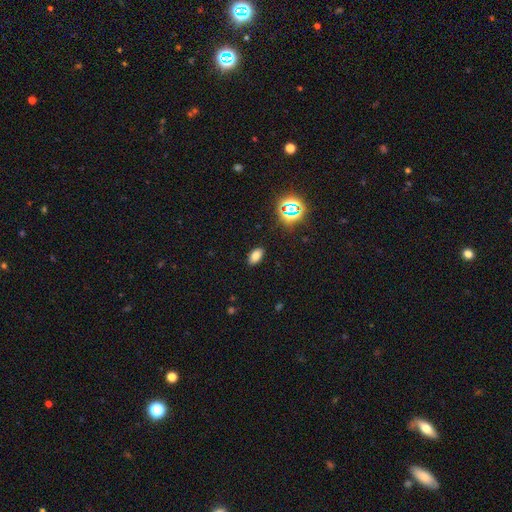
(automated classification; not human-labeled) Smooth or featured?
  - smooth: 76% *
  - star or artifact: 17%
  - featured or disk: 7%
How rounded?
  - in between: 91% *
  - round: 6%
  - cigar-shaped: 3%
Merging?
  - none: 88% *
  - minor disturbance: 8%
  - major disturbance: 2%
  - merger: 1%